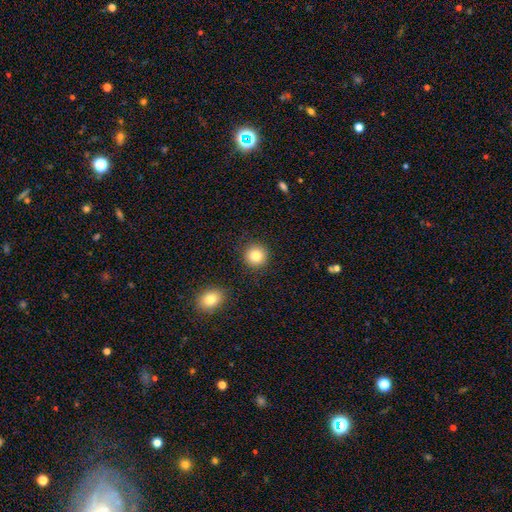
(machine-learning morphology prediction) Q: Smooth or featured?
A: smooth (84%); runner-up: star or artifact (10%)
Q: How rounded?
A: round (93%); runner-up: in between (6%)
Q: Merging?
A: none (90%); runner-up: minor disturbance (6%)